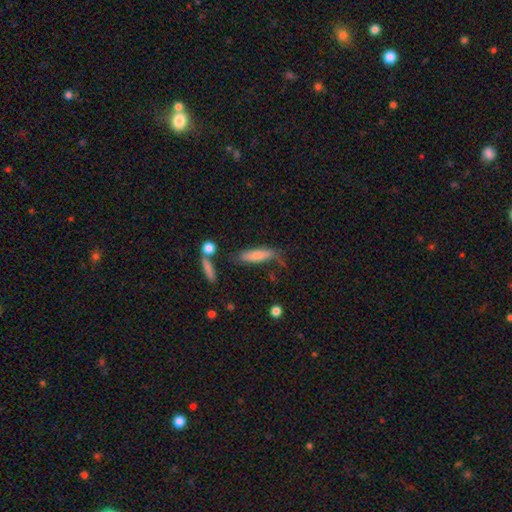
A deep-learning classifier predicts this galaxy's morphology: Smooth or featured? smooth (68%)
How rounded? cigar-shaped (57%)
Merging? none (46%)